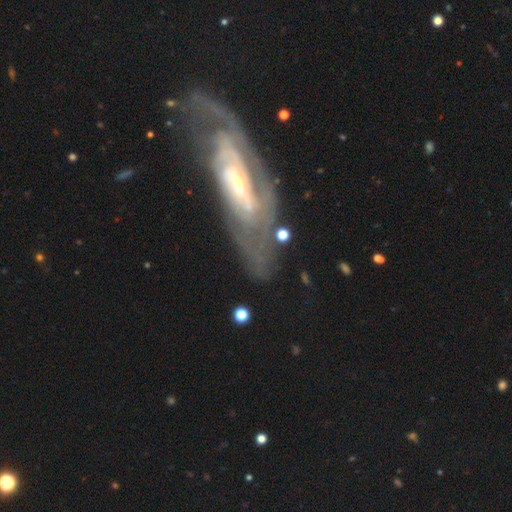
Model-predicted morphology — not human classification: Smooth or featured: featured or disk — 83% (smooth — 10%)
Edge-on disk: no — 86% (yes — 14%)
Bar: no — 44% (weak — 37%)
Spiral arms: yes — 91% (no — 9%)
Spiral winding: tight — 60% (medium — 30%)
Spiral arm count: can't tell — 43% (2 — 30%)
Bulge size: small — 60% (moderate — 30%)
Merging: none — 64% (minor disturbance — 18%)